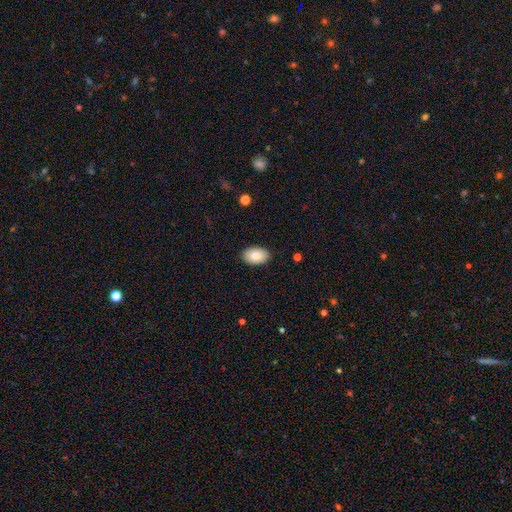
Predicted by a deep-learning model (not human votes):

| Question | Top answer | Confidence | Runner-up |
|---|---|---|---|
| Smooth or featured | smooth | 84% | featured or disk (9%) |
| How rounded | in between | 91% | round (8%) |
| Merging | none | 89% | minor disturbance (8%) |